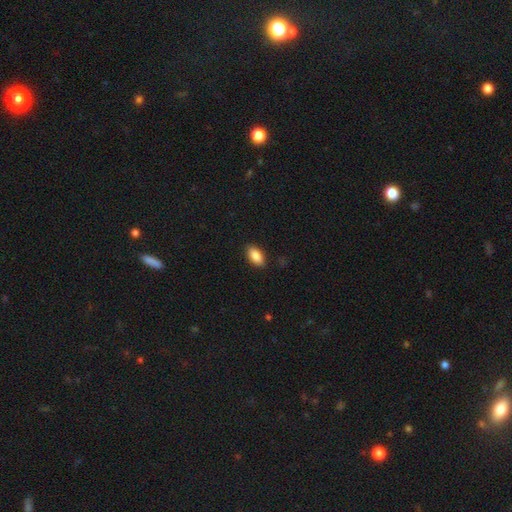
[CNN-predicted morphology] smooth 87%, star or artifact 7%, featured or disk 6%. Down the decision tree: how rounded — in between (91%); merging — none (88%).